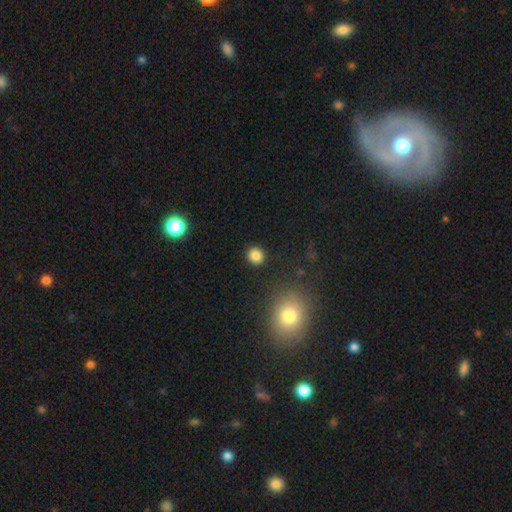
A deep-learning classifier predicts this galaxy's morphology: Overall: smooth (84%). How rounded: round (87%). Merging: none (90%).